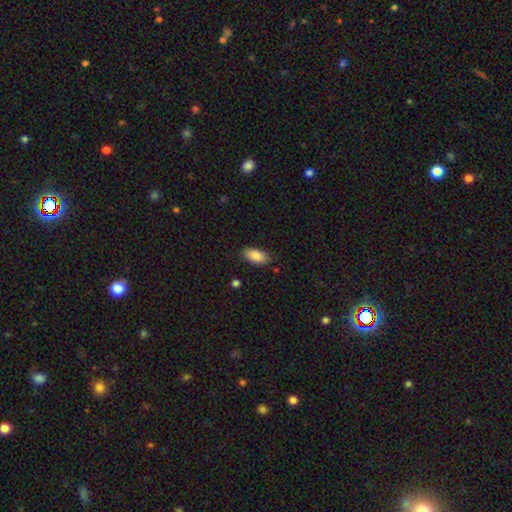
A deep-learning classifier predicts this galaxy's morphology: Smooth or featured? smooth (88%)
How rounded? in between (92%)
Merging? none (81%)